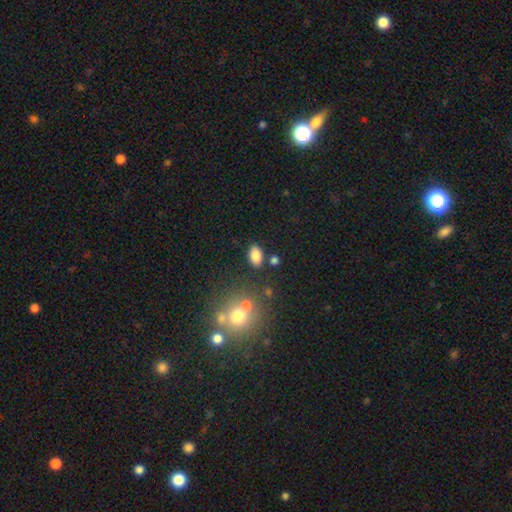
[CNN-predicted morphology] type=smooth (83%); roundness=in between (90%); merging=none (81%).